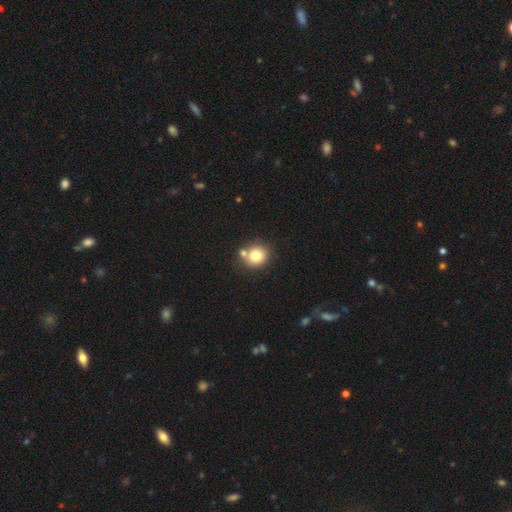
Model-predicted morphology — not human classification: smooth-or-featured: smooth: 77% | featured or disk: 11% | star or artifact: 11%
  how-rounded: round: 82% | in between: 17% | cigar-shaped: 1%
  merging: none: 62% | merger: 25% | minor disturbance: 10% | major disturbance: 3%